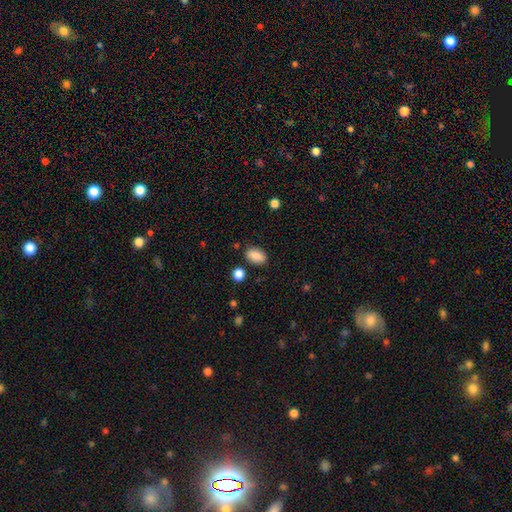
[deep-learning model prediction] This is clearly a smooth galaxy (87%). How rounded: clearly in between (89%). Merging: clearly none (83%).